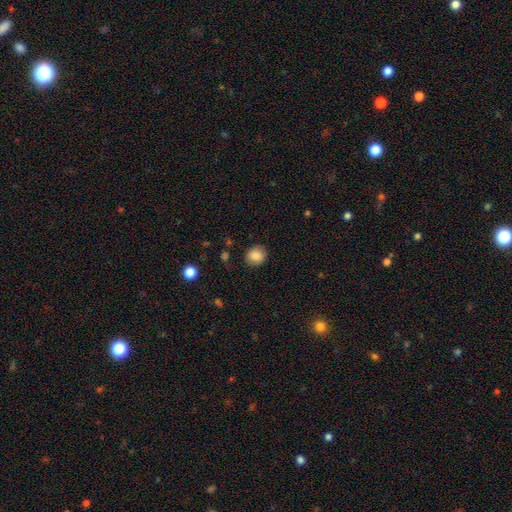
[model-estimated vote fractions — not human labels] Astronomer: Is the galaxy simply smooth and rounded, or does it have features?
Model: smooth — 85%.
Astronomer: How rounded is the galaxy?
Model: round — 78%.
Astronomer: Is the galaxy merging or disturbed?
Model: none — 86%.